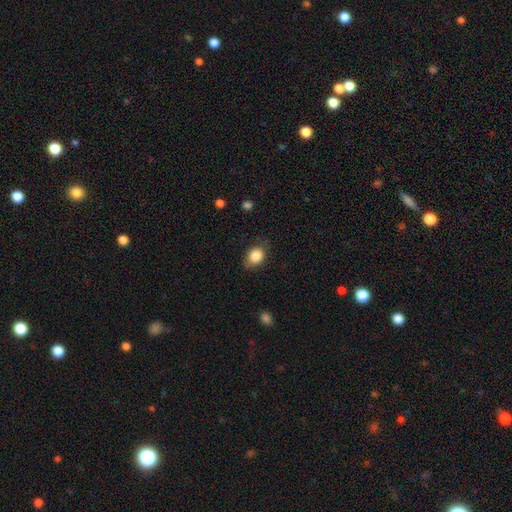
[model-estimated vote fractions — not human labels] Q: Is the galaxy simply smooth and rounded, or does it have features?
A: smooth — 84%.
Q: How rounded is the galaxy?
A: in between — 59%.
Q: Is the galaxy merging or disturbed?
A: none — 68%.